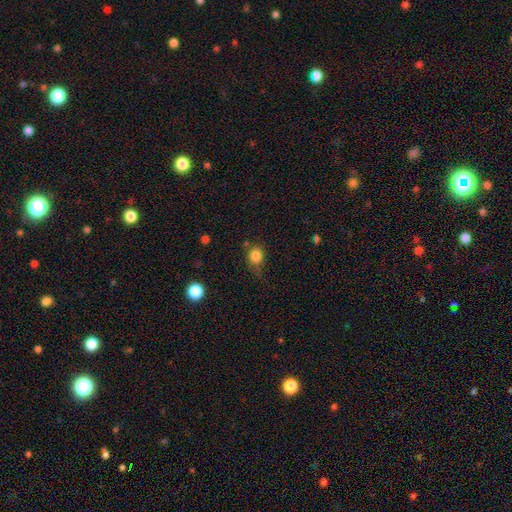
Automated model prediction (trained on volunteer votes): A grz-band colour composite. It shows a smooth galaxy with no disk features (83%) that is round (69%). Merging: none (54%).